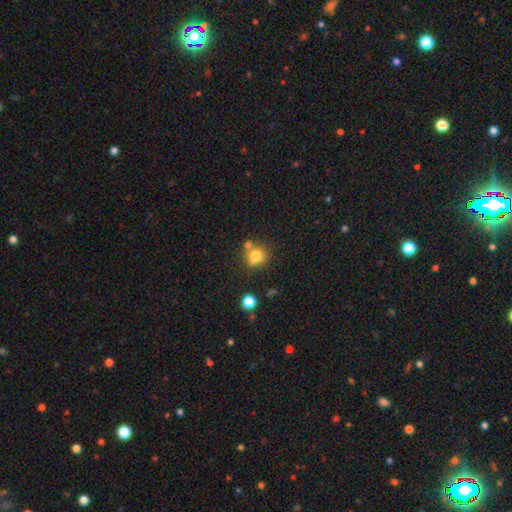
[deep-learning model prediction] Smooth or featured? smooth (76%)
How rounded? round (82%)
Merging? none (56%)